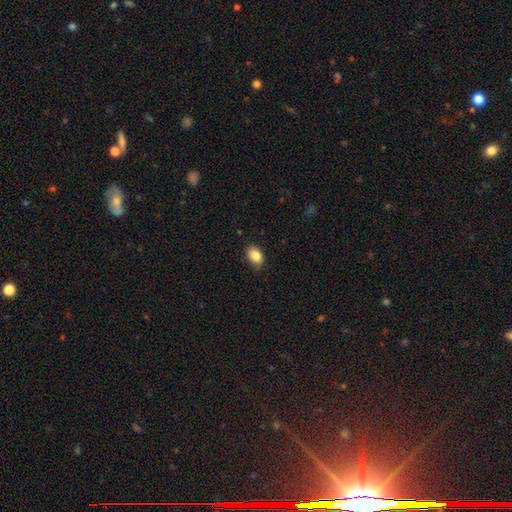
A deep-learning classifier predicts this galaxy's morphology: This is clearly a smooth galaxy (86%). How rounded: likely in between (78%). Merging: clearly none (82%).